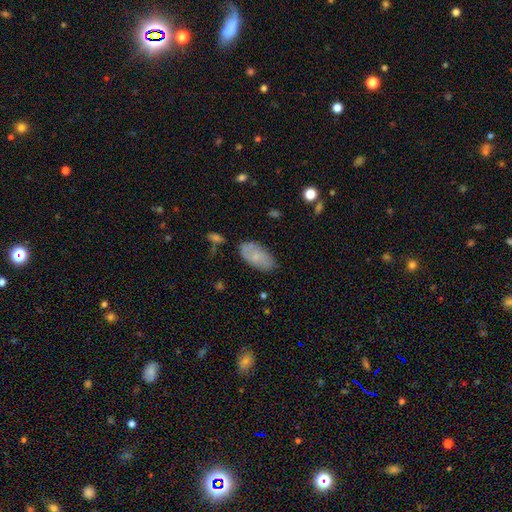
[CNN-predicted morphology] smooth_or_featured: smooth (p=0.71) [alt: featured or disk p=0.22]
how_rounded: in between (p=0.94) [alt: cigar-shaped p=0.03]
merging: none (p=0.76) [alt: minor disturbance p=0.18]